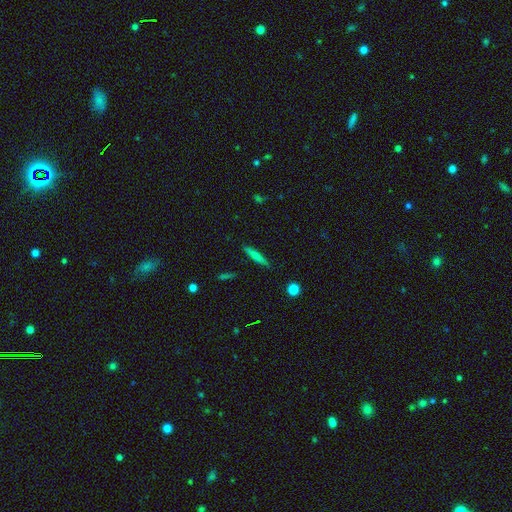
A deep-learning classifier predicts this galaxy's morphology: Smooth or featured: smooth — 60% (featured or disk — 32%)
How rounded: cigar-shaped — 91% (in between — 7%)
Merging: none — 88% (minor disturbance — 8%)